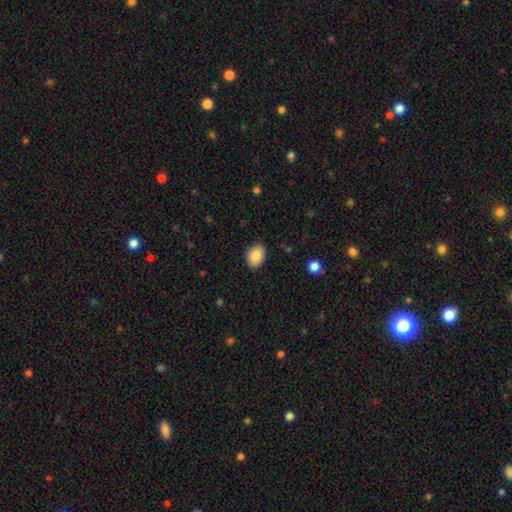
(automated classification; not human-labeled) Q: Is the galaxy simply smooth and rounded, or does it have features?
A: smooth — 86%.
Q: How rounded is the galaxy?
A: in between — 75%.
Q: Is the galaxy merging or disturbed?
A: none — 87%.